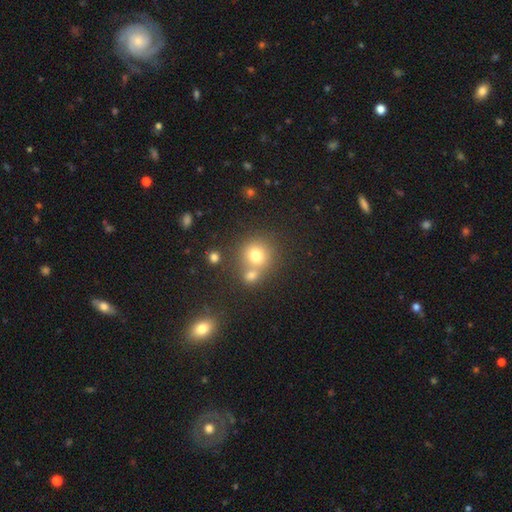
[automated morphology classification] This appears to be a smooth galaxy with no disk features (74%) that is round (87%). Merging: none (54%).